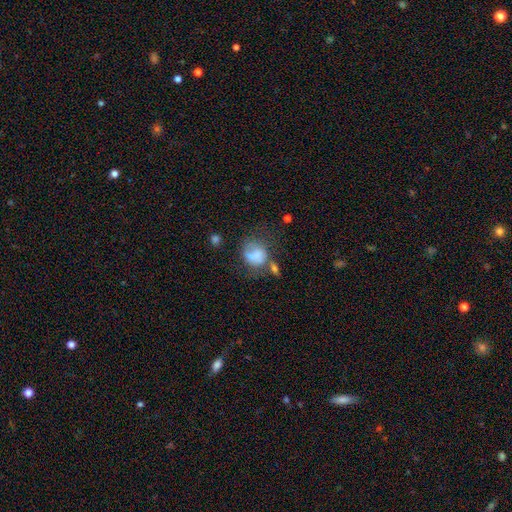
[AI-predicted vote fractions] This is likely a smooth galaxy (64%). How rounded: possibly round (54%). Merging: marginally major disturbance (30%).